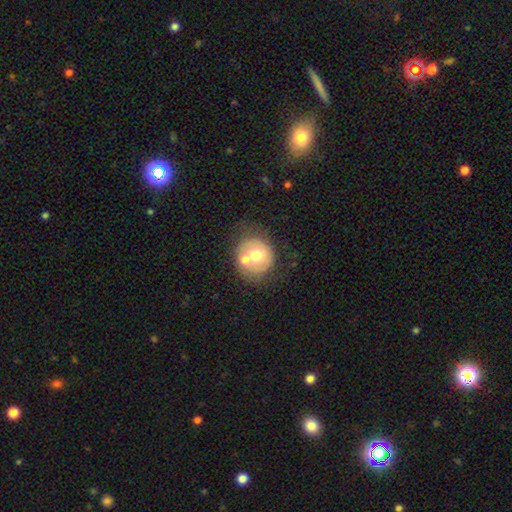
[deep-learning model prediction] Overall: smooth (54%; featured or disk 38%). How rounded: round (83%). Merging: none (45%; merger 30%).